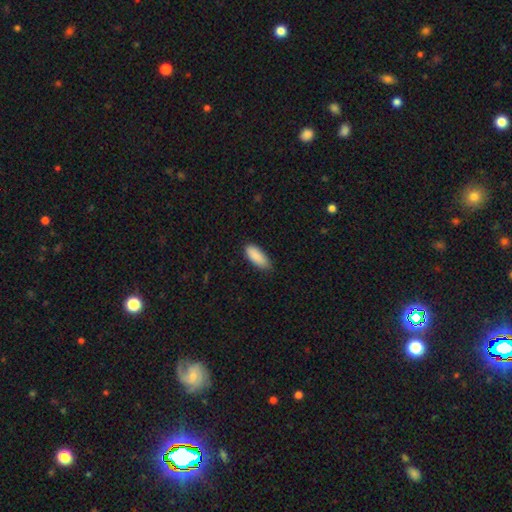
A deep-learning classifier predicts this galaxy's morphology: Q: Smooth or featured?
A: smooth (89%); runner-up: star or artifact (6%)
Q: How rounded?
A: in between (80%); runner-up: cigar-shaped (18%)
Q: Merging?
A: none (74%); runner-up: minor disturbance (22%)